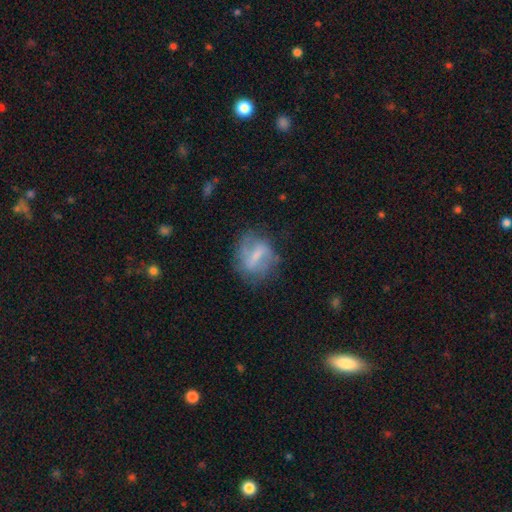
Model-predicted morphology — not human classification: smooth-or-featured: featured or disk: 58% | smooth: 34% | star or artifact: 8%
  disk-edge-on: no: 94% | yes: 6%
    bar: strong: 48% | weak: 39% | no: 14%
    has-spiral-arms: yes: 56% | no: 44%
    bulge-size: none: 34% | small: 33% | moderate: 27% | large: 5% | dominant: 1%
  merging: none: 59% | minor disturbance: 24% | major disturbance: 14% | merger: 3%